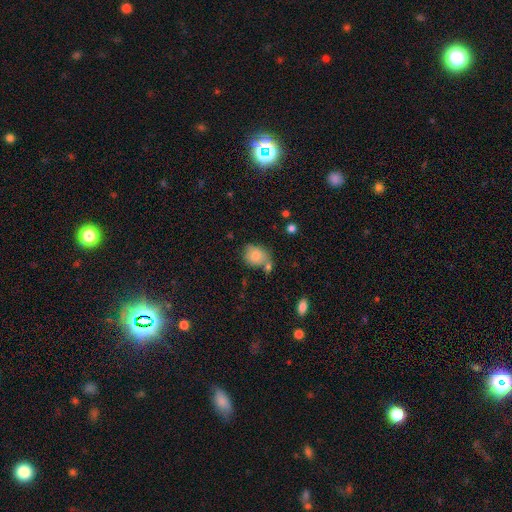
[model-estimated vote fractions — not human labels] Smooth or featured? smooth (76%)
How rounded? in between (50%)
Merging? none (51%)